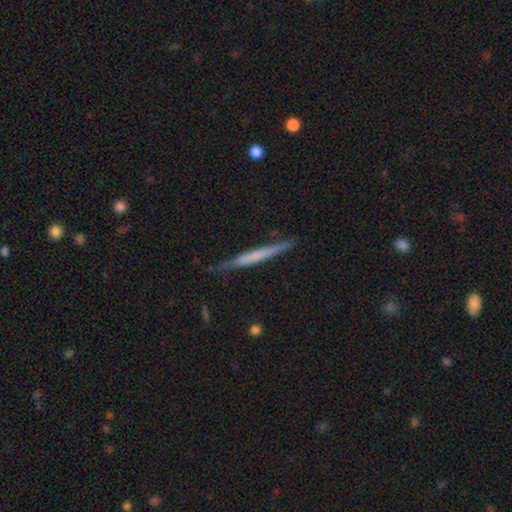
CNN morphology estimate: Smooth or featured?
  - smooth: 50% *
  - featured or disk: 45%
  - star or artifact: 5%
How rounded?
  - cigar-shaped: 97% *
  - in between: 2%
  - round: 1%
Merging?
  - none: 81% *
  - minor disturbance: 15%
  - major disturbance: 2%
  - merger: 2%